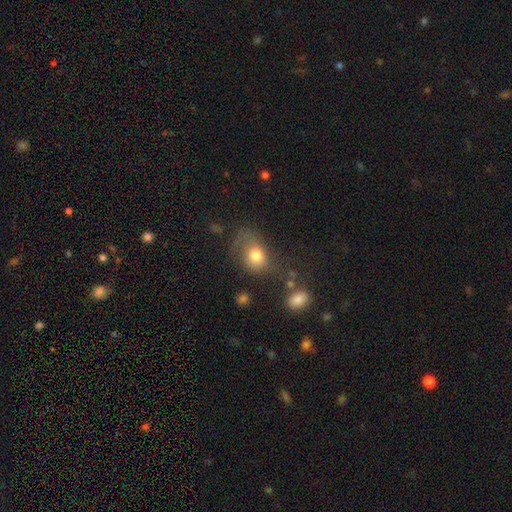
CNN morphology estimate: smooth-or-featured: smooth: 72% | featured or disk: 18% | star or artifact: 10%
  how-rounded: in between: 59% | round: 40% | cigar-shaped: 1%
  merging: none: 35% | major disturbance: 33% | minor disturbance: 26% | merger: 6%